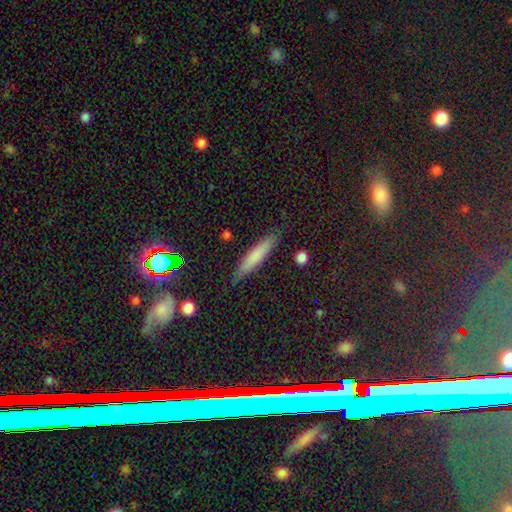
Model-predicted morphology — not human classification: Smooth or featured? smooth (71%)
How rounded? cigar-shaped (87%)
Merging? none (84%)